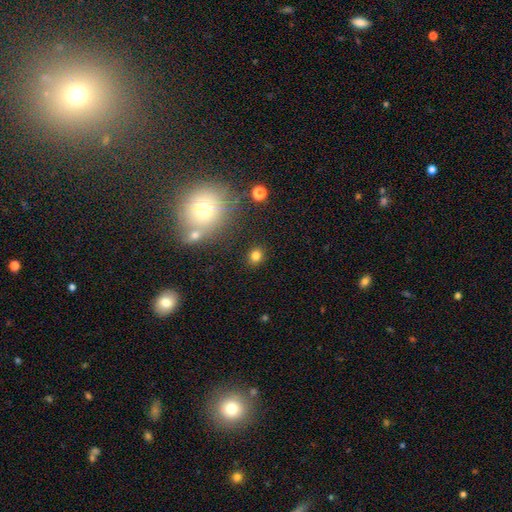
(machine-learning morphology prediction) A smooth galaxy with no disk features (79%) that is round (67%).

Vote fractions:
- Smooth or featured? smooth: 79% / star or artifact: 14% / featured or disk: 7%
- How rounded? round: 67% / in between: 32% / cigar-shaped: 1%
- Merging? none: 86% / minor disturbance: 8% / merger: 3% / major disturbance: 3%